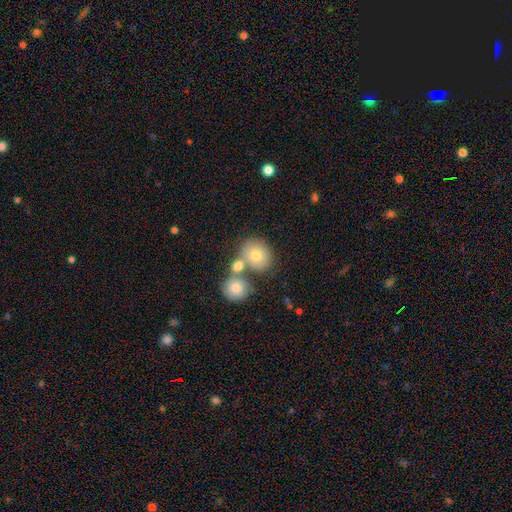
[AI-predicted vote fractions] Smooth or featured? smooth (72%)
How rounded? round (76%)
Merging? none (51%)